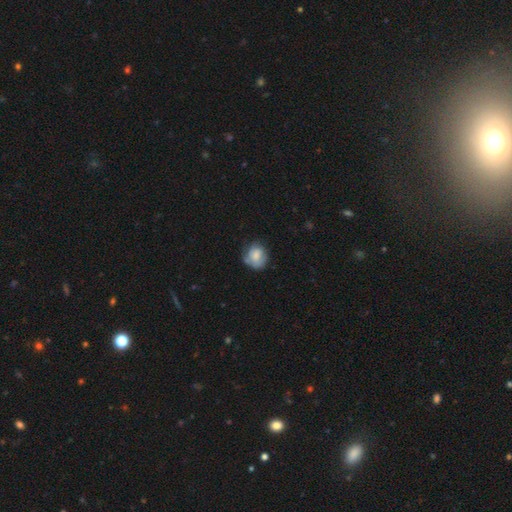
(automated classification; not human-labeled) Morphology: type=smooth (67%); roundness=round (67%); merging=none (55%).